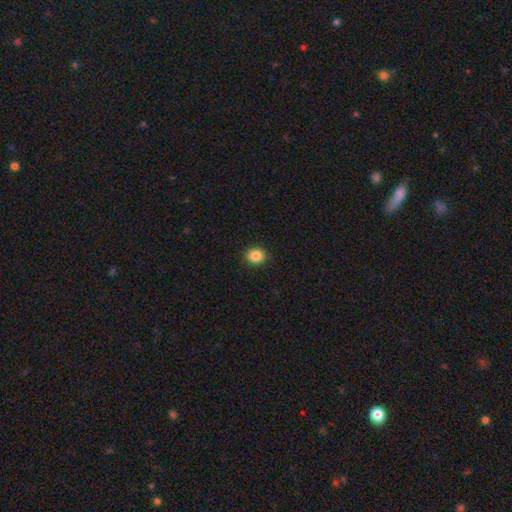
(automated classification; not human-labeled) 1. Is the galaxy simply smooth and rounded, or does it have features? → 86% smooth, 10% star or artifact, 4% featured or disk.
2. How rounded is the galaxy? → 73% round, 26% in between, 1% cigar-shaped.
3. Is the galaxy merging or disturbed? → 91% none, 6% minor disturbance, 2% major disturbance, 1% merger.